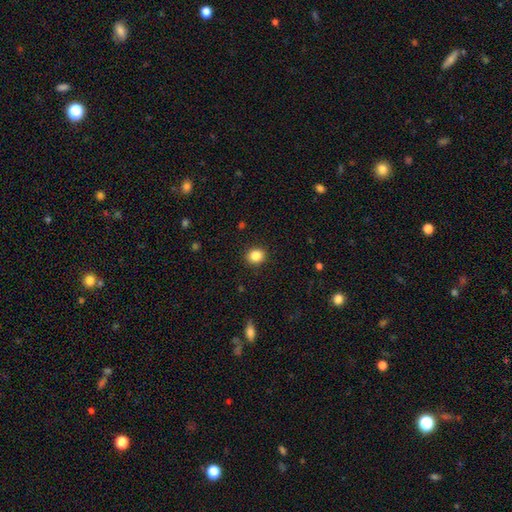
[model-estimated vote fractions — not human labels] smooth_or_featured: smooth (p=0.85) [alt: star or artifact p=0.10]
how_rounded: round (p=0.77) [alt: in between p=0.22]
merging: none (p=0.91) [alt: minor disturbance p=0.06]